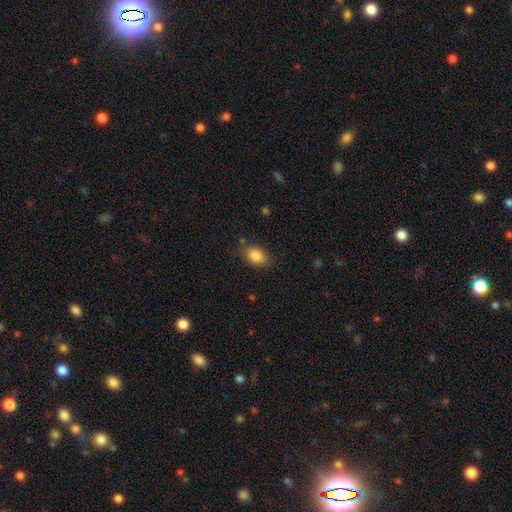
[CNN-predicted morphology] Q: Smooth or featured?
A: smooth (85%); runner-up: star or artifact (8%)
Q: How rounded?
A: in between (79%); runner-up: round (20%)
Q: Merging?
A: none (81%); runner-up: minor disturbance (14%)